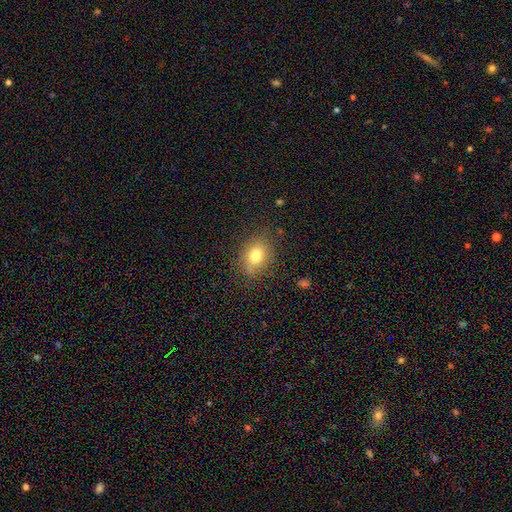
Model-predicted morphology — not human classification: Q: Smooth or featured?
A: smooth (75%); runner-up: featured or disk (14%)
Q: How rounded?
A: in between (64%); runner-up: round (34%)
Q: Merging?
A: none (77%); runner-up: minor disturbance (16%)